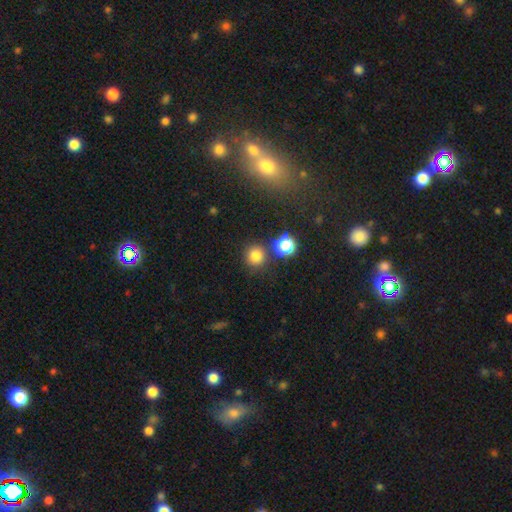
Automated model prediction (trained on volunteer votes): Smooth or featured?
  - smooth: 78% *
  - star or artifact: 16%
  - featured or disk: 6%
How rounded?
  - round: 93% *
  - in between: 6%
  - cigar-shaped: 1%
Merging?
  - none: 81% *
  - merger: 9%
  - minor disturbance: 8%
  - major disturbance: 3%